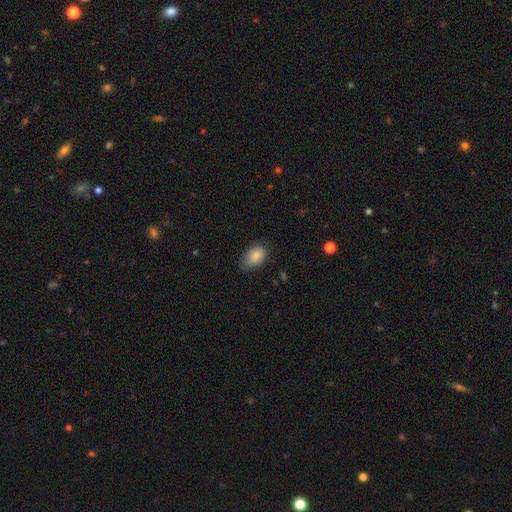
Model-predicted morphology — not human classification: Smooth or featured? smooth (87%)
How rounded? in between (88%)
Merging? none (68%)